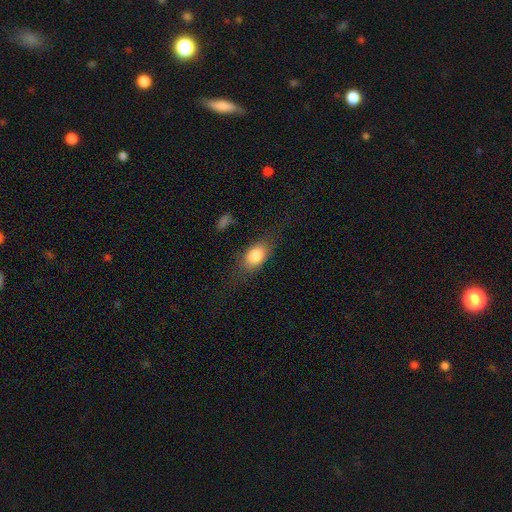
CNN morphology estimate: Smooth or featured? Predicted: smooth (p=0.78). How rounded? Predicted: in between (p=0.76). Merging? Predicted: none (p=0.67).